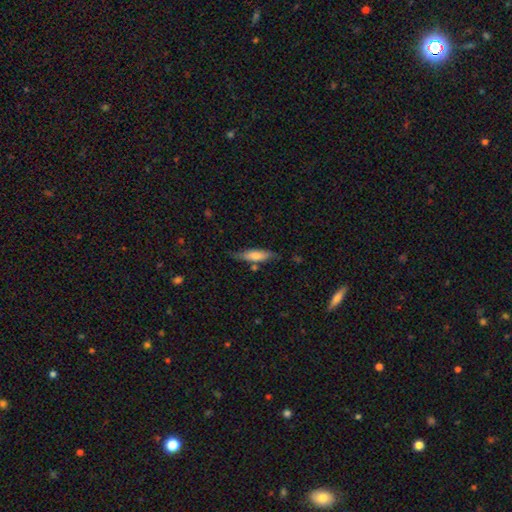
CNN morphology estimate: The model was most divided on "how rounded": cigar-shaped: 60%, in between: 38%, round: 2%. More confident: merging — none (70%); smooth or featured — smooth (68%).